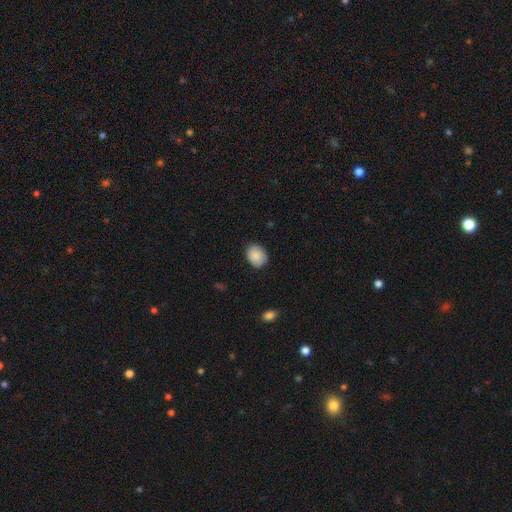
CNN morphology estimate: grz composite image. It shows a smooth galaxy with no disk features (88%) that is in between round and cigar-shaped (56%). Merging: none (83%).